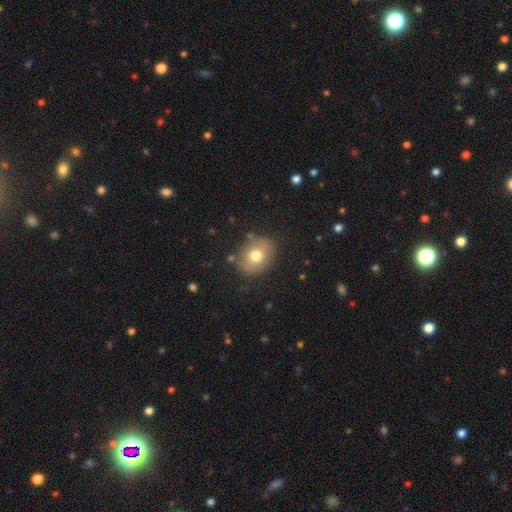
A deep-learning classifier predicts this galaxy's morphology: This appears to be a smooth galaxy with no disk features (72%) that is round (50%). Merging: none (80%).